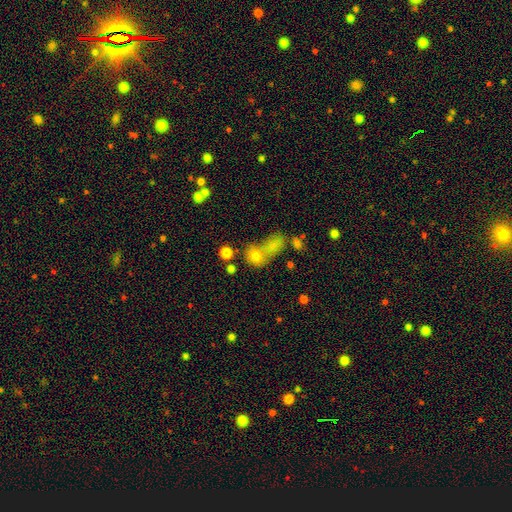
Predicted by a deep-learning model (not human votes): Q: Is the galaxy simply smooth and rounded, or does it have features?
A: smooth — 74%.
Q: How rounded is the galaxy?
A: round — 56%.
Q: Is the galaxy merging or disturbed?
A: merger — 48%.